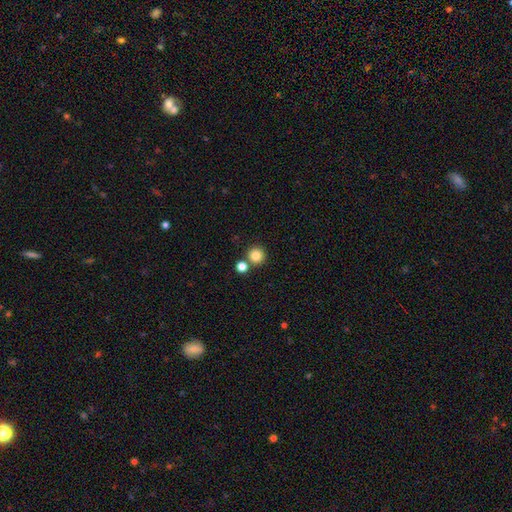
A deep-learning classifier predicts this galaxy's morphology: Smooth or featured: smooth — 83% (star or artifact — 12%)
How rounded: round — 95% (in between — 4%)
Merging: none — 76% (merger — 16%)